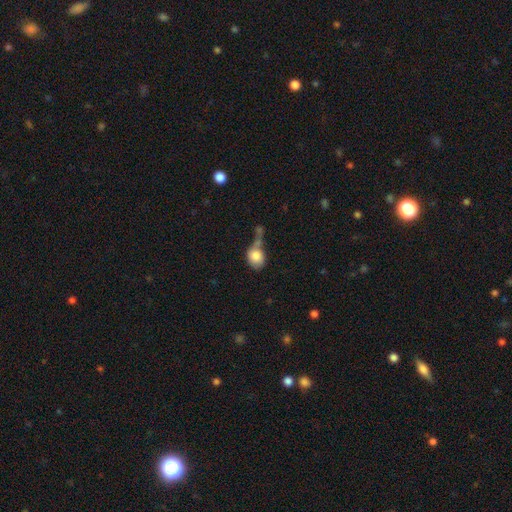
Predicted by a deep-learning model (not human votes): Morphology: type=smooth (79%); roundness=round (60%); merging=merger (37%).